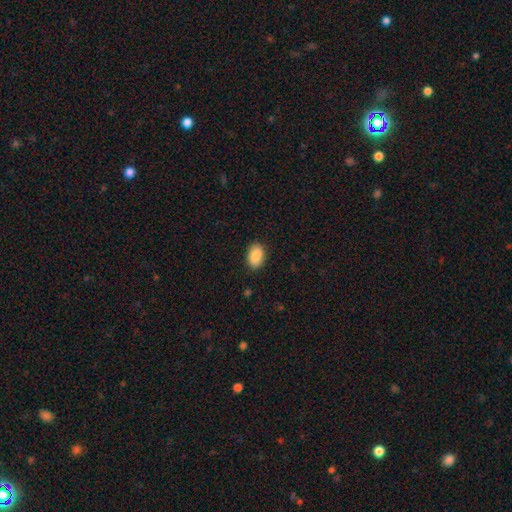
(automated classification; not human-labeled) This appears to be a smooth galaxy with no disk features (89%) that is in between round and cigar-shaped (91%). Merging: none (88%).